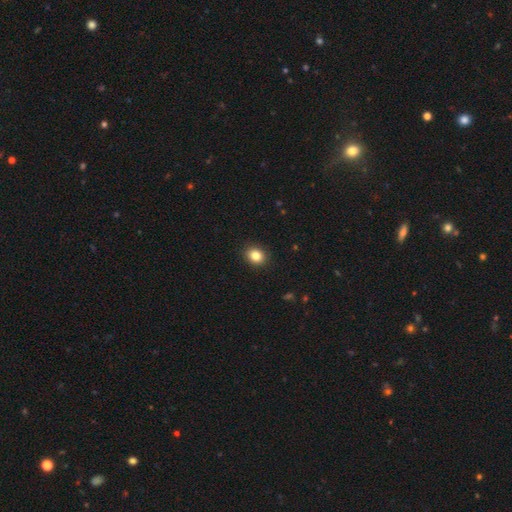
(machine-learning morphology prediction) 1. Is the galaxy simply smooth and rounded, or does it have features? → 84% smooth, 10% star or artifact, 6% featured or disk.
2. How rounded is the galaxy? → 57% round, 42% in between, 1% cigar-shaped.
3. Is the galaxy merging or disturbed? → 91% none, 6% minor disturbance, 2% major disturbance, 1% merger.